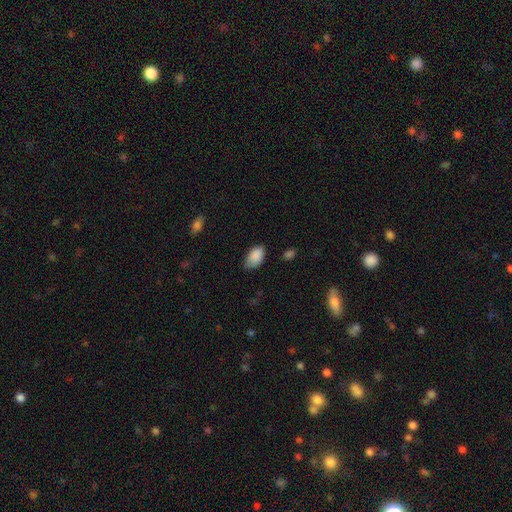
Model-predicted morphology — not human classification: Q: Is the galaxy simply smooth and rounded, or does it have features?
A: smooth — 88%.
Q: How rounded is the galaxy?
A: in between — 92%.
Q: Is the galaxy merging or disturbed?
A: none — 64%.